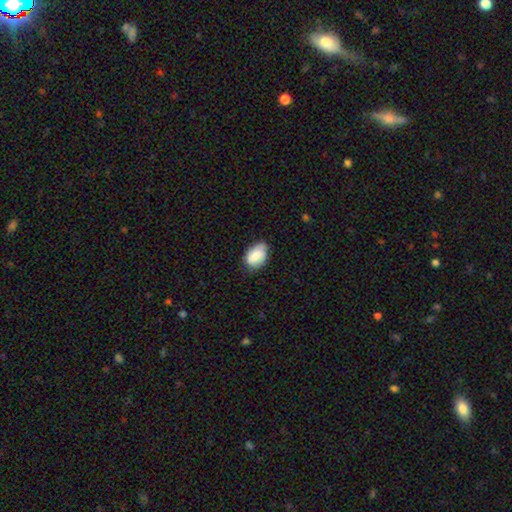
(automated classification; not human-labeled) Smooth or featured? smooth (69%)
How rounded? in between (81%)
Merging? none (65%)